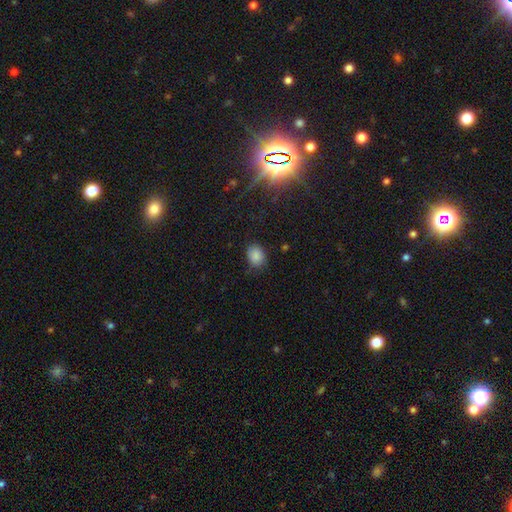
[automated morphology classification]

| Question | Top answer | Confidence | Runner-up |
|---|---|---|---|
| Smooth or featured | smooth | 85% | star or artifact (11%) |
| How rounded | in between | 51% | round (48%) |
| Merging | none | 78% | minor disturbance (17%) |